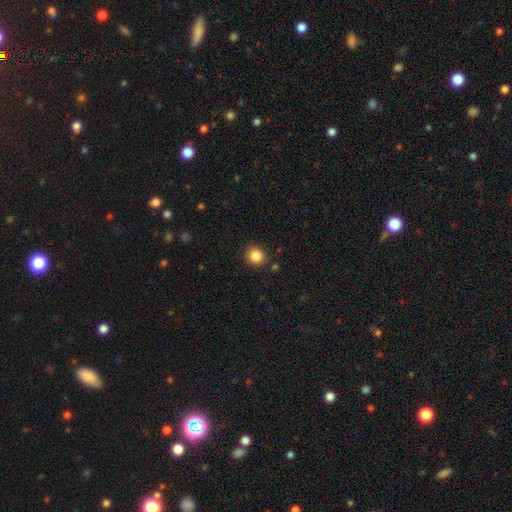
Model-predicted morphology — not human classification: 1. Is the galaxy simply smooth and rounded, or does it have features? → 86% smooth, 10% star or artifact, 4% featured or disk.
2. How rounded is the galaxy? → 89% round, 10% in between, 1% cigar-shaped.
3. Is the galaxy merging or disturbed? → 89% none, 7% minor disturbance, 2% merger, 2% major disturbance.